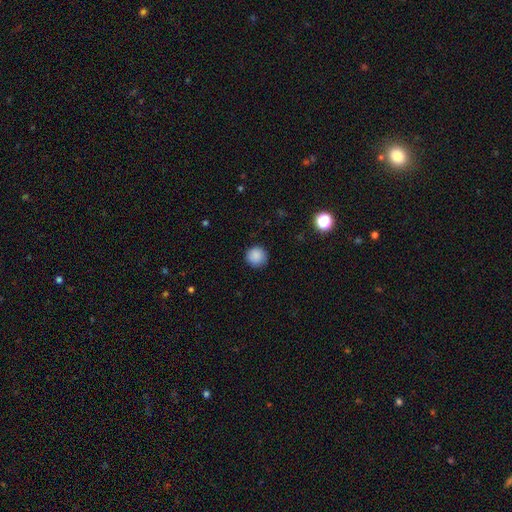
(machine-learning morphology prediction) The model was most divided on "smooth or featured": smooth: 87%, star or artifact: 9%, featured or disk: 3%. More confident: how rounded — round (94%); merging — none (88%).